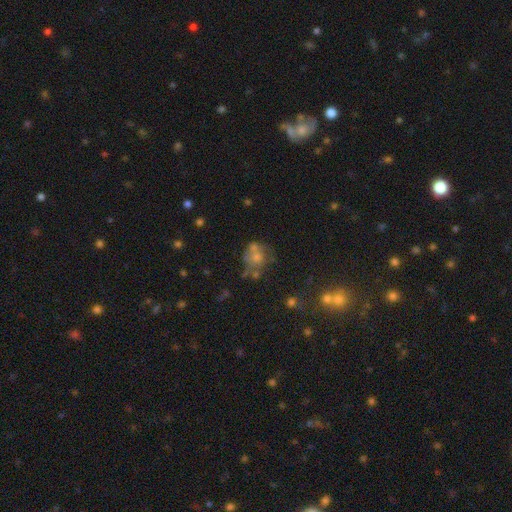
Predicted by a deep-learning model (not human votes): The model was most divided on "smooth or featured": smooth: 46%, featured or disk: 39%, star or artifact: 14%. Remaining: merging — none (36%).